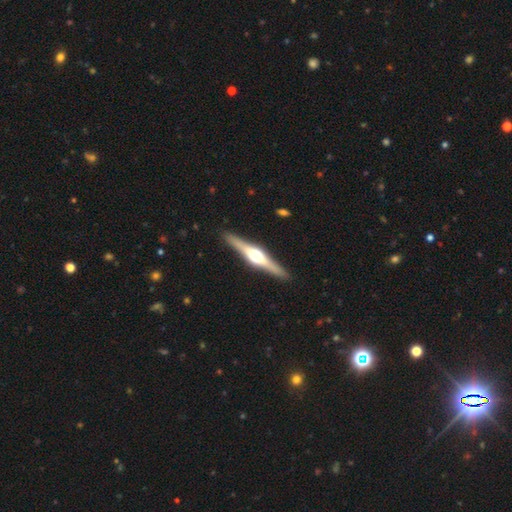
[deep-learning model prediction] Smooth or featured? Predicted: featured or disk (p=0.79). Edge-on disk? Predicted: yes (p=0.98). Edge-on bulge? Predicted: rounded (p=0.94). Merging? Predicted: none (p=0.91).